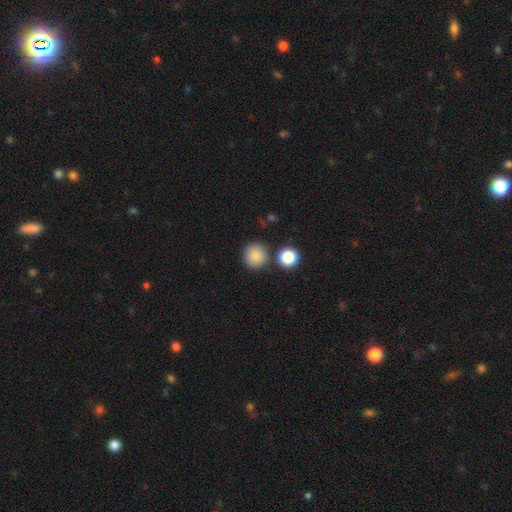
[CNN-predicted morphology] Q: Smooth or featured?
A: smooth (85%); runner-up: star or artifact (10%)
Q: How rounded?
A: round (93%); runner-up: in between (6%)
Q: Merging?
A: none (79%); runner-up: merger (9%)